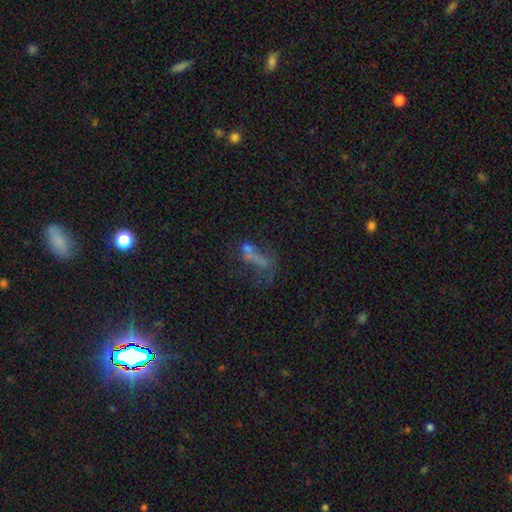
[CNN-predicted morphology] Q: Smooth or featured?
A: star or artifact (39%); runner-up: smooth (33%)